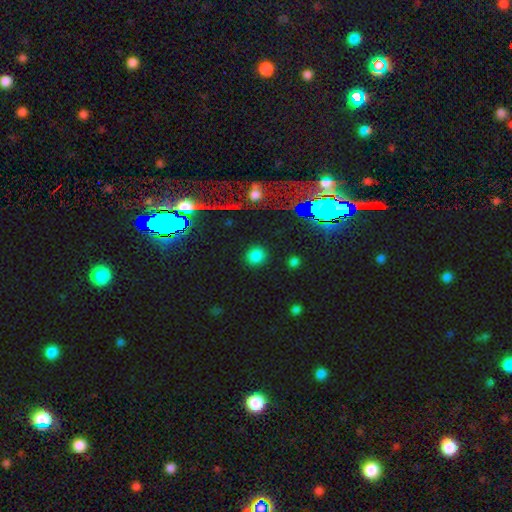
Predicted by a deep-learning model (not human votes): A smooth galaxy with no disk features (75%) that is round (84%).

Vote fractions:
- Smooth or featured? smooth: 75% / star or artifact: 20% / featured or disk: 5%
- How rounded? round: 84% / in between: 15% / cigar-shaped: 1%
- Merging? none: 89% / minor disturbance: 6% / major disturbance: 3% / merger: 2%